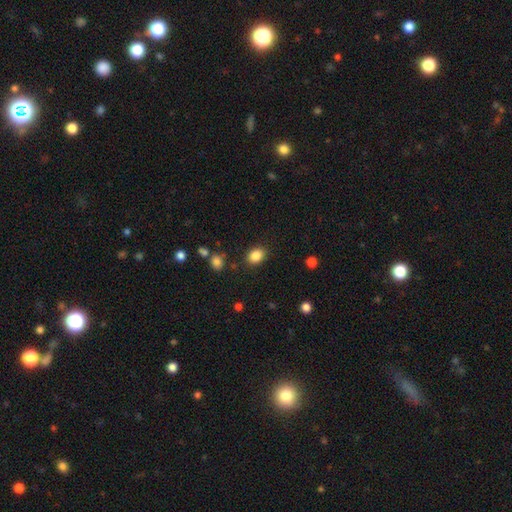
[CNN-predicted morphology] type=smooth (86%); roundness=in between (59%); merging=none (86%).